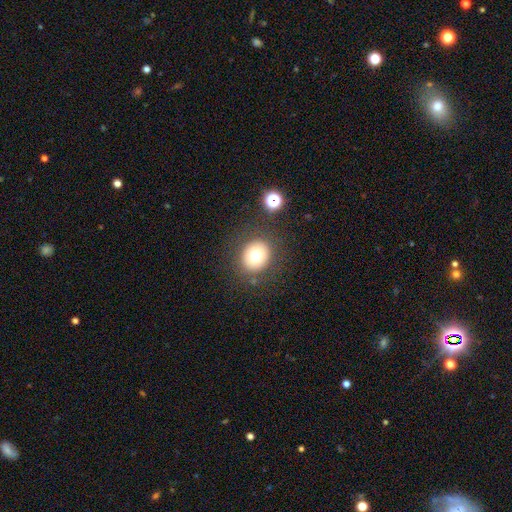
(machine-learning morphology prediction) type=smooth (73%); roundness=round (77%); merging=none (84%).